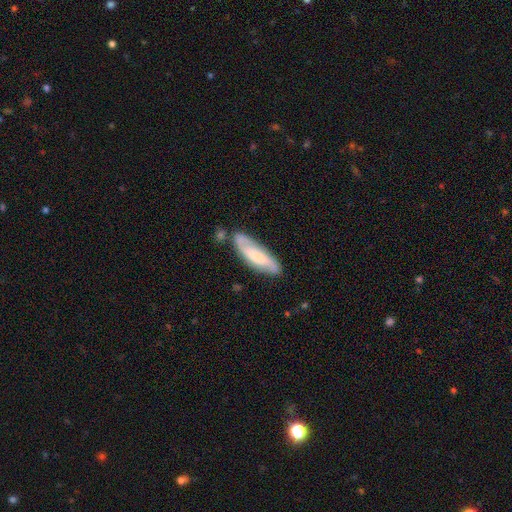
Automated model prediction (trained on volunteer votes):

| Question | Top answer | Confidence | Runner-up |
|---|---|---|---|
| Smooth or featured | featured or disk | 53% | smooth (40%) |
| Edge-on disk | no | 76% | yes (24%) |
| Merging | none | 70% | minor disturbance (18%) |